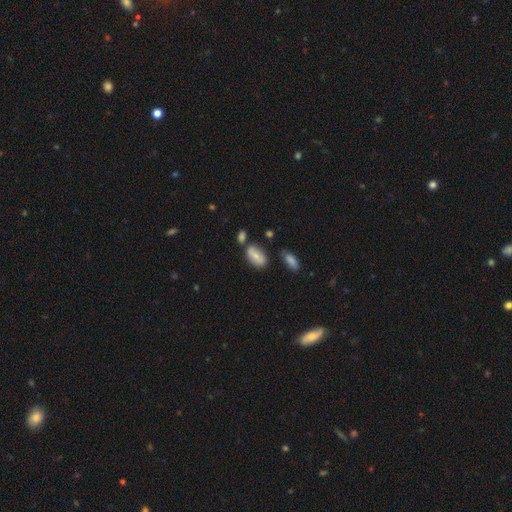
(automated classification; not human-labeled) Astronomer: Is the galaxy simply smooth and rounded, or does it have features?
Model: smooth — 67%.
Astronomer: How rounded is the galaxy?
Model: in between — 88%.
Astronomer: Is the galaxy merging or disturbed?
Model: none — 57%.